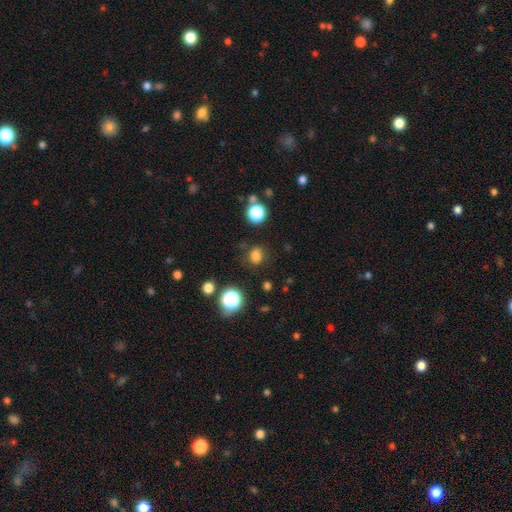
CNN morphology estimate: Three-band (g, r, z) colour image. It shows a smooth galaxy with no disk features (76%) that is round (63%). Merging: none (78%).